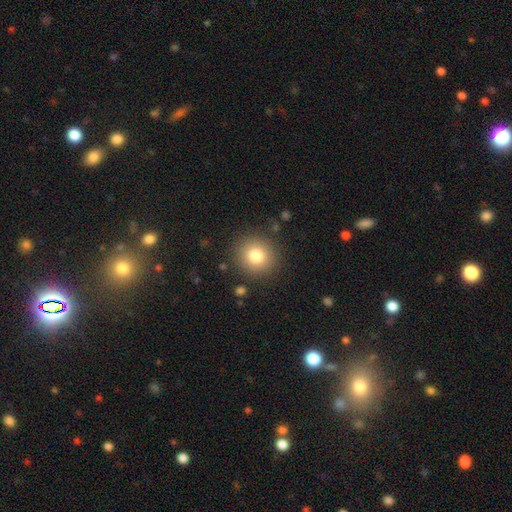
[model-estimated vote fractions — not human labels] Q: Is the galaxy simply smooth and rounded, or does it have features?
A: smooth — 79%.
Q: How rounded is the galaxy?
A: round — 92%.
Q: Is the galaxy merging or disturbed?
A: none — 88%.